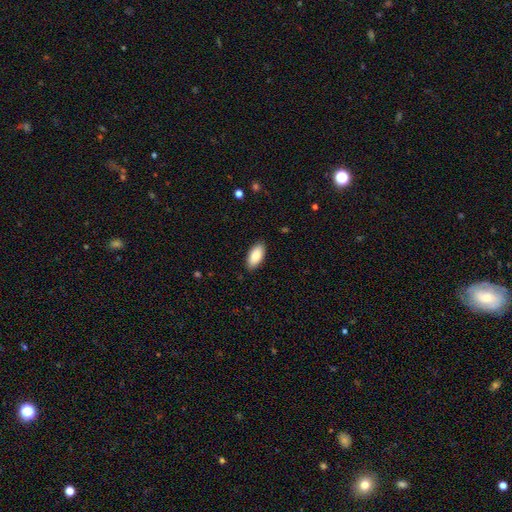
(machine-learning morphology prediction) A smooth galaxy with no disk features (86%) that is in between round and cigar-shaped (93%). Merging: none (89%).